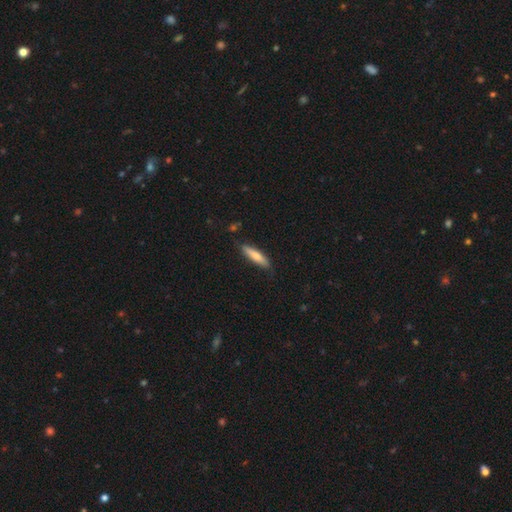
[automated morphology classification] This is likely a smooth galaxy (68%). How rounded: likely cigar-shaped (78%). Merging: clearly none (83%).